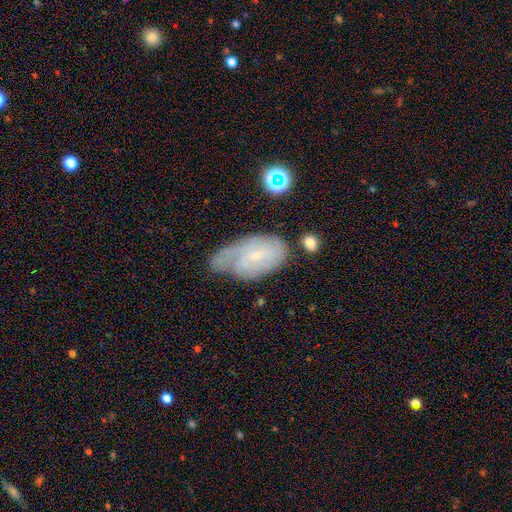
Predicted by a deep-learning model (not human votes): This is likely a featured or disk galaxy (61%). It is clearly not viewed edge-on (93%). Bar: possibly no (56%). Spiral arm pattern: clearly yes (80%). Central bulge: likely small (76%). Merging: marginally none (40%).